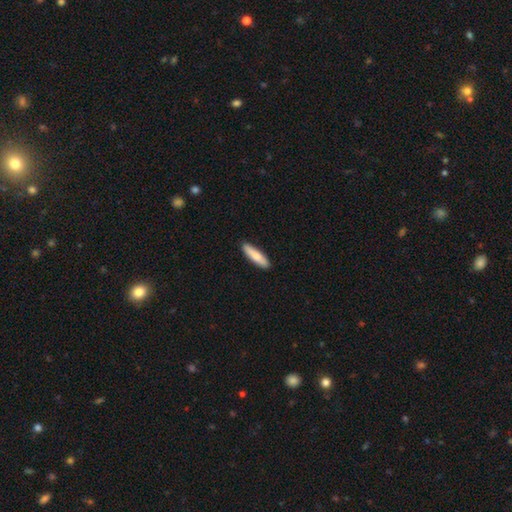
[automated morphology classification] This appears to be a smooth galaxy with no disk features (77%) that is cigar-shaped (74%). Merging: none (91%).